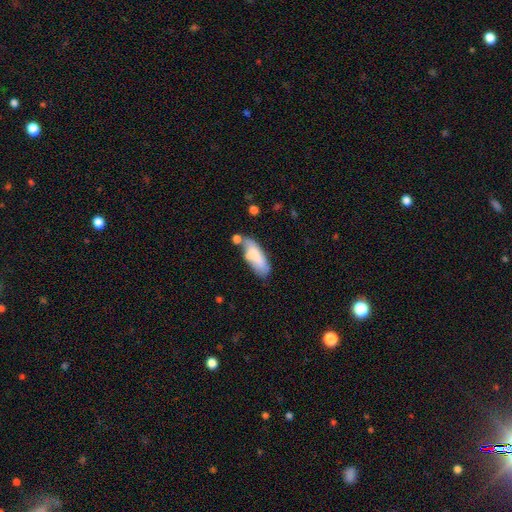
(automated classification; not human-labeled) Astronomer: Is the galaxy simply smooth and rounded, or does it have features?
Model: smooth — 76%.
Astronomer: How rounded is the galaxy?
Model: in between — 65%.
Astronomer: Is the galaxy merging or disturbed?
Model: none — 48% (runner-up: minor disturbance, 26%).